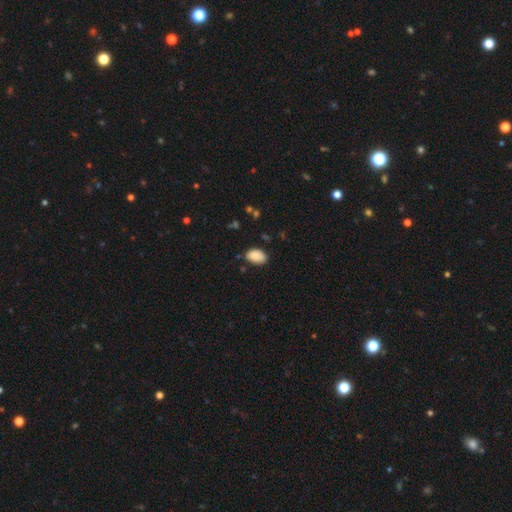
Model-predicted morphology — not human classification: smooth-or-featured: smooth: 88% | star or artifact: 8% | featured or disk: 4%
  how-rounded: in between: 90% | round: 9% | cigar-shaped: 1%
  merging: none: 75% | minor disturbance: 19% | major disturbance: 4% | merger: 2%